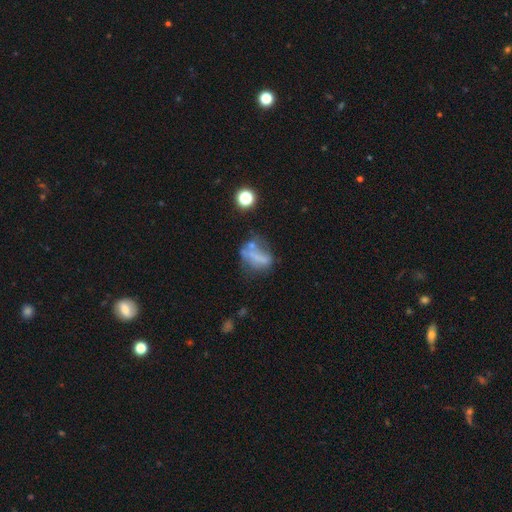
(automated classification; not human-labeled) smooth 44%, featured or disk 38%, star or artifact 18%. Down the decision tree: merging — none (34%).